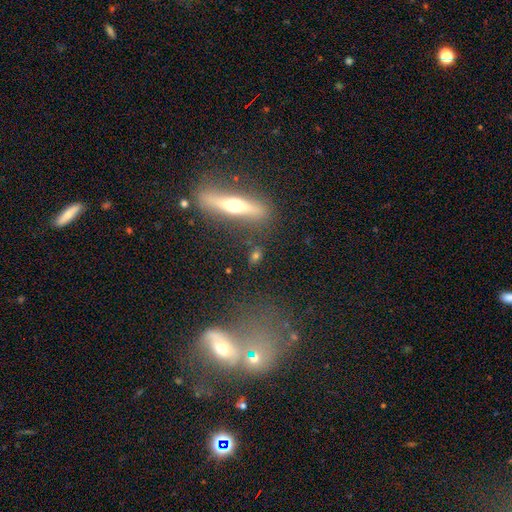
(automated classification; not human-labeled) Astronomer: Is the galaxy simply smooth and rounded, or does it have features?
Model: featured or disk — 49% (runner-up: smooth, 38%).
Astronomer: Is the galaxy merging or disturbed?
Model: none — 70%.